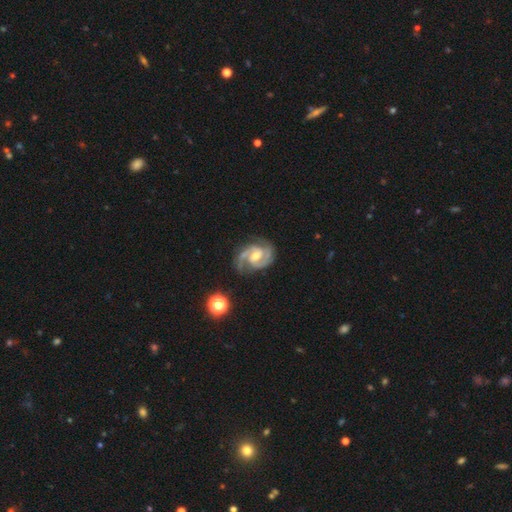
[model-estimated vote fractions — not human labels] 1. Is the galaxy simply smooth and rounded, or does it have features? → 93% featured or disk, 4% star or artifact, 3% smooth.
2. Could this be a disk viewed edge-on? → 98% no, 2% yes.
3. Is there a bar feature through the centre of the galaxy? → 52% weak, 27% no, 21% strong.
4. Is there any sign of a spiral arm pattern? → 99% yes, 1% no.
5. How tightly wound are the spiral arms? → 54% medium, 39% tight, 7% loose.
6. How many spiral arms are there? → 87% 2, 7% 3, 2% can't tell, 1% 1, 1% 4, 1% more than 4.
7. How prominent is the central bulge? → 58% moderate, 36% small, 3% large, 2% none, 1% dominant.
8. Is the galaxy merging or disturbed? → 77% none, 16% minor disturbance, 5% major disturbance, 2% merger.